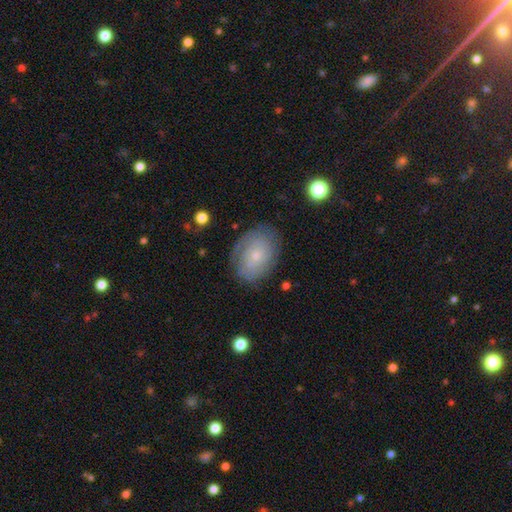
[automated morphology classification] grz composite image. It shows a featured or disk galaxy (52%) with no bar (80%), spiral arms (78%) and a small central bulge (77%). Merging: none (77%).